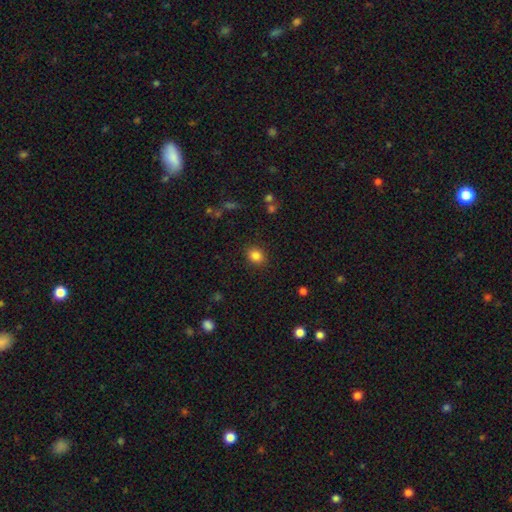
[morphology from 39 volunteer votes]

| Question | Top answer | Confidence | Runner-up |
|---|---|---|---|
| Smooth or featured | smooth | 85% | featured or disk (8%) |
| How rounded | round | 64% | in between (36%) |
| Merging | none | 94% | minor disturbance (3%) |